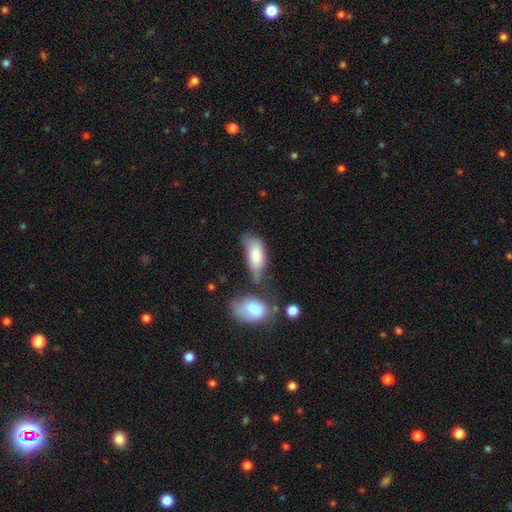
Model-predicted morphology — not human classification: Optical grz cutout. It shows a smooth galaxy with no disk features (78%) that is in between round and cigar-shaped (85%). Merging: minor disturbance (27%).